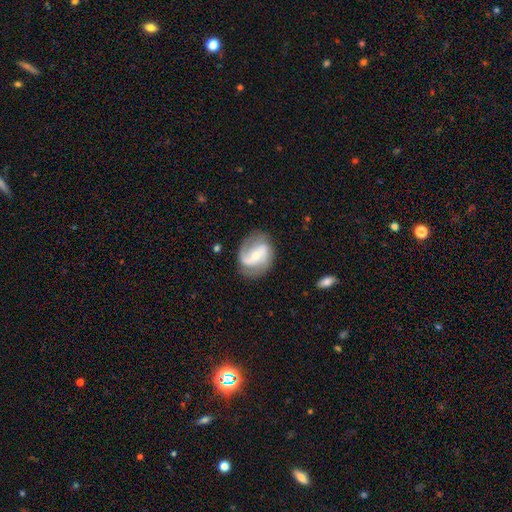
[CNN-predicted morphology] Smooth or featured? Predicted: featured or disk (p=0.80). Edge-on disk? Predicted: no (p=0.97). Bar? Predicted: weak (p=0.40). Spiral arms? Predicted: yes (p=0.94). Spiral winding? Predicted: medium (p=0.42). Spiral arm count? Predicted: 2 (p=0.82). Bulge size? Predicted: small (p=0.54). Merging? Predicted: none (p=0.73).